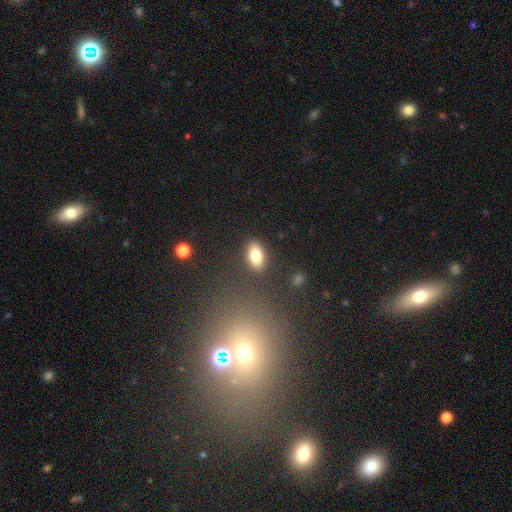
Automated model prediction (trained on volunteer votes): Smooth or featured: smooth — 80% (featured or disk — 11%)
How rounded: in between — 89% (round — 7%)
Merging: none — 86% (minor disturbance — 9%)